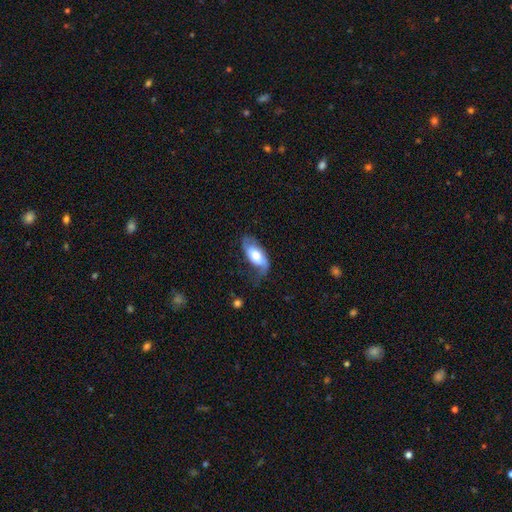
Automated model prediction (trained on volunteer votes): This is possibly a featured or disk galaxy (47%, tied with smooth). Merging: possibly none (50%).